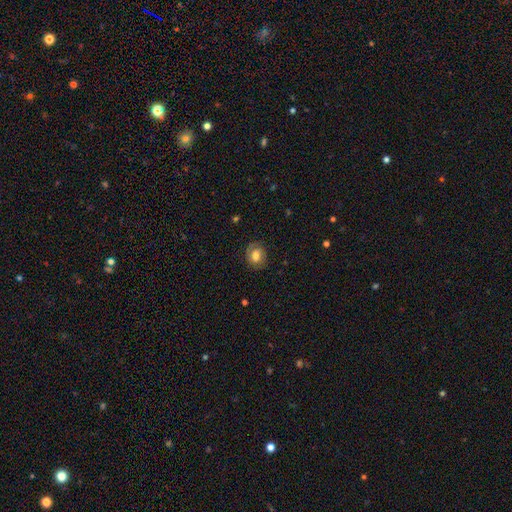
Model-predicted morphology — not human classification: The model was most divided on "how rounded": round: 58%, in between: 41%, cigar-shaped: 1%. More confident: merging — none (81%); smooth or featured — smooth (58%).